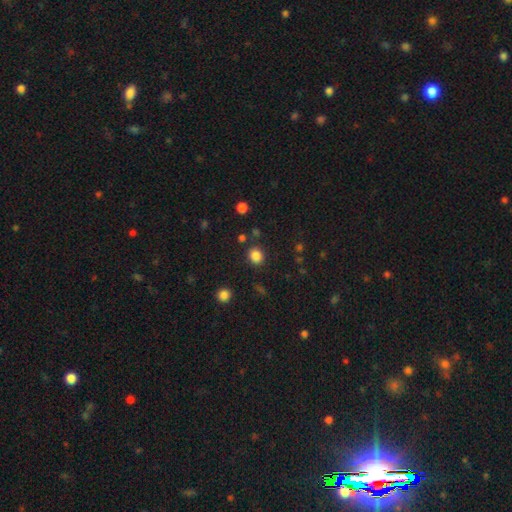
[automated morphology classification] Smooth or featured?
  - smooth: 84% *
  - star or artifact: 12%
  - featured or disk: 4%
How rounded?
  - round: 74% *
  - in between: 25%
  - cigar-shaped: 1%
Merging?
  - none: 86% *
  - minor disturbance: 8%
  - merger: 3%
  - major disturbance: 3%